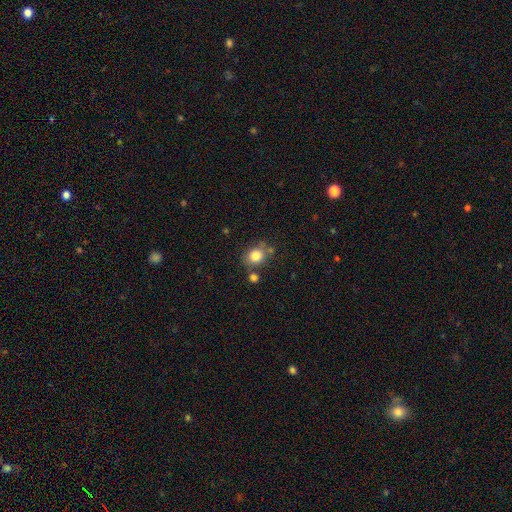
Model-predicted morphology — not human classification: This appears to be a smooth galaxy with no disk features (82%) that is round (62%). Merging: none (67%).